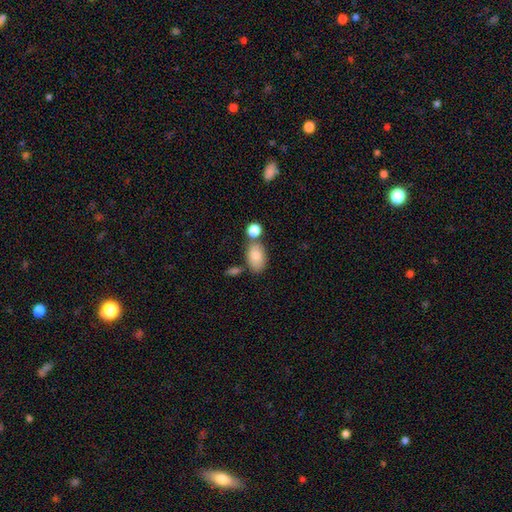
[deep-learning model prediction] A smooth galaxy with no disk features (82%) that is in between round and cigar-shaped (88%). Merging: none (59%).